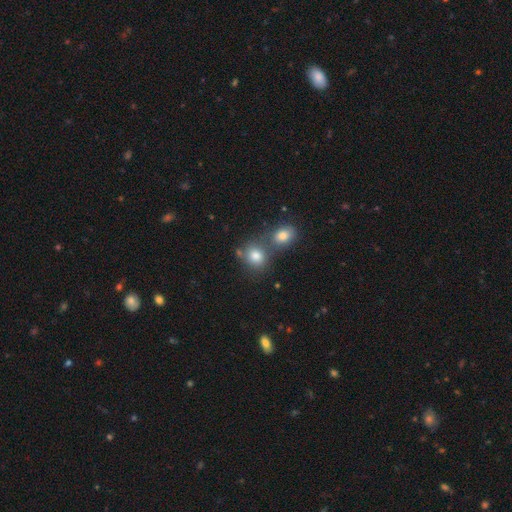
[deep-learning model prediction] Smooth or featured? smooth (80%)
How rounded? round (72%)
Merging? merger (45%)